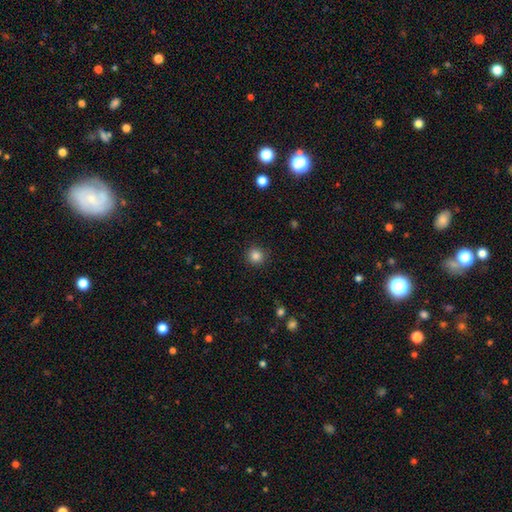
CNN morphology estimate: A smooth galaxy with no disk features (85%) that is round (93%). Merging: none (91%).